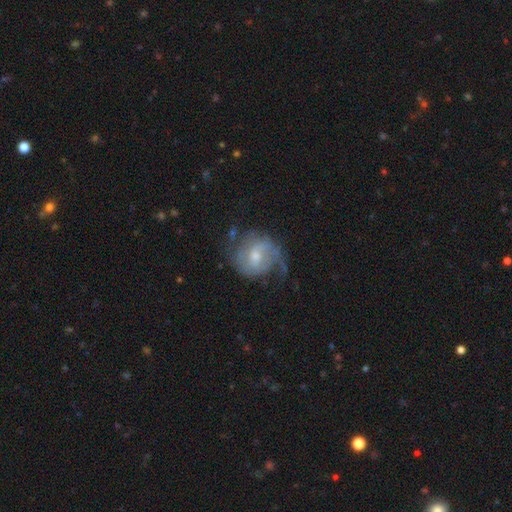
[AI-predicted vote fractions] The model was most divided on "bulge size": moderate: 52%, small: 40%, large: 3%, none: 3%, dominant: 1%. Remaining: edge-on disk — no (97%); spiral arms — yes (91%); smooth or featured — featured or disk (77%); spiral arm count — 2 (61%); merging — none (59%); bar — weak (51%); spiral winding — medium (43%).